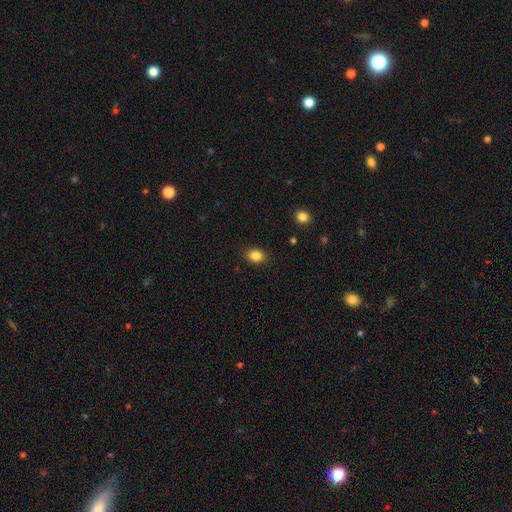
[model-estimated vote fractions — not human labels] smooth 85%, star or artifact 10%, featured or disk 5%. Down the decision tree: how rounded — in between (61%); merging — none (88%).